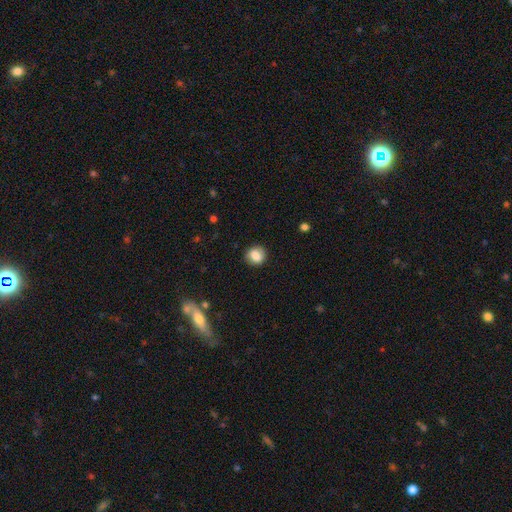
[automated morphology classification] smooth-or-featured: smooth: 81% | featured or disk: 11% | star or artifact: 9%
  how-rounded: round: 73% | in between: 25% | cigar-shaped: 1%
  merging: none: 84% | minor disturbance: 11% | major disturbance: 3% | merger: 1%